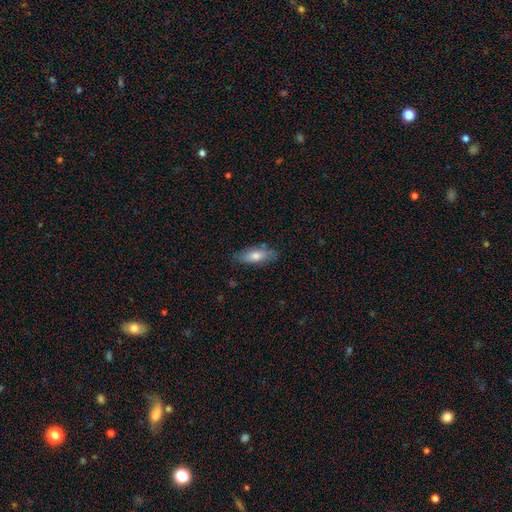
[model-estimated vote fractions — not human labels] This appears to be a smooth galaxy with no disk features (70%) that is in between round and cigar-shaped (68%). Merging: none (79%).